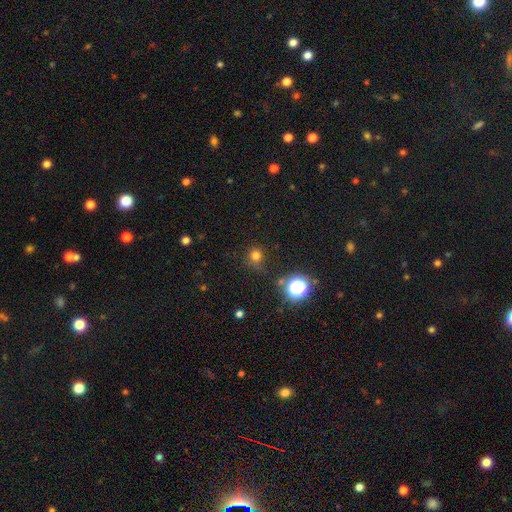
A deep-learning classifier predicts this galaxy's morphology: Smooth or featured? smooth (71%)
How rounded? round (90%)
Merging? none (72%)